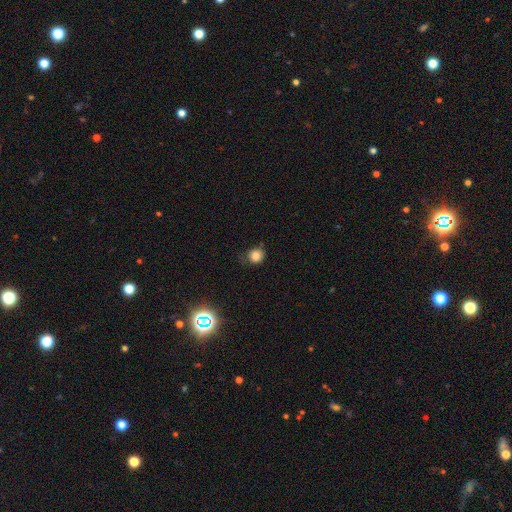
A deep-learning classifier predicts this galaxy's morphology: smooth-or-featured: smooth: 81% | star or artifact: 13% | featured or disk: 6%
  how-rounded: round: 85% | in between: 14% | cigar-shaped: 1%
  merging: none: 64% | minor disturbance: 27% | major disturbance: 7% | merger: 3%